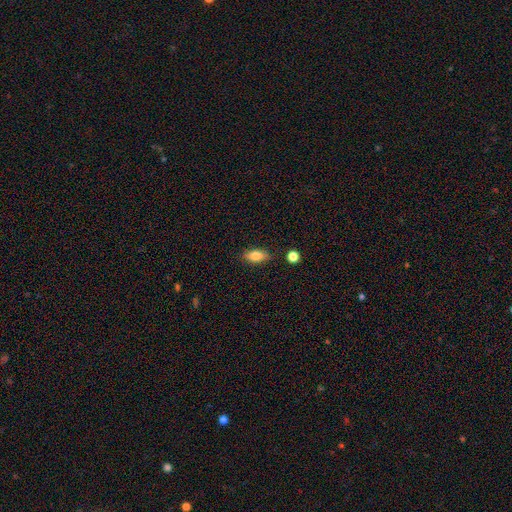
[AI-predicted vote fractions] Morphology: type=smooth (77%); roundness=in between (84%); merging=none (84%).